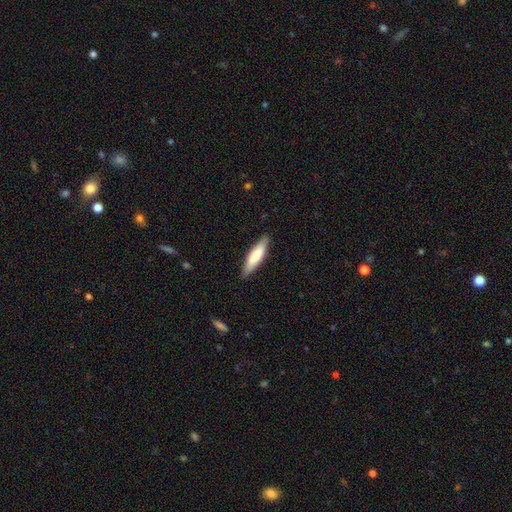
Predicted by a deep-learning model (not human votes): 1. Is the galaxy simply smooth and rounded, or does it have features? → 72% smooth, 22% featured or disk, 5% star or artifact.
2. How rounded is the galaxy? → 71% cigar-shaped, 28% in between, 1% round.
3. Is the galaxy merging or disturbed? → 87% none, 10% minor disturbance, 2% major disturbance, 1% merger.